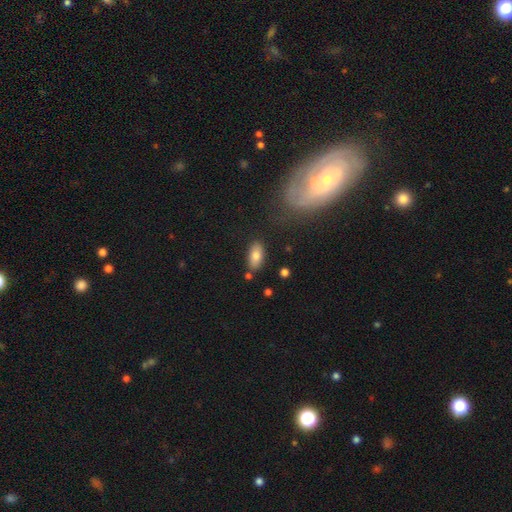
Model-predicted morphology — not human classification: A smooth galaxy with no disk features (79%) that is in between round and cigar-shaped (91%).

Vote fractions:
- Smooth or featured? smooth: 79% / featured or disk: 13% / star or artifact: 8%
- How rounded? in between: 91% / cigar-shaped: 5% / round: 4%
- Merging? none: 81% / minor disturbance: 11% / merger: 5% / major disturbance: 3%